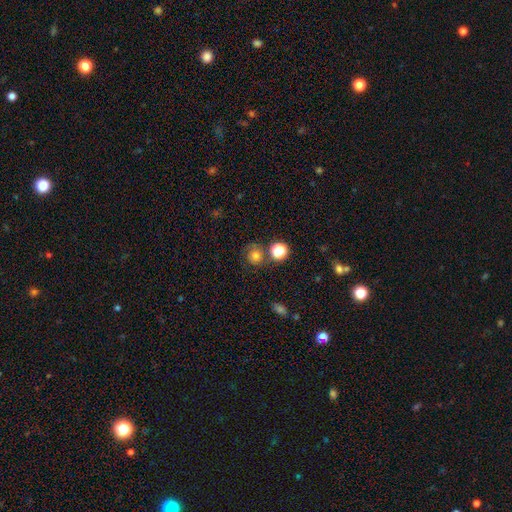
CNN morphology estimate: A smooth galaxy with no disk features (73%) that is round (88%). Merging: none (68%).